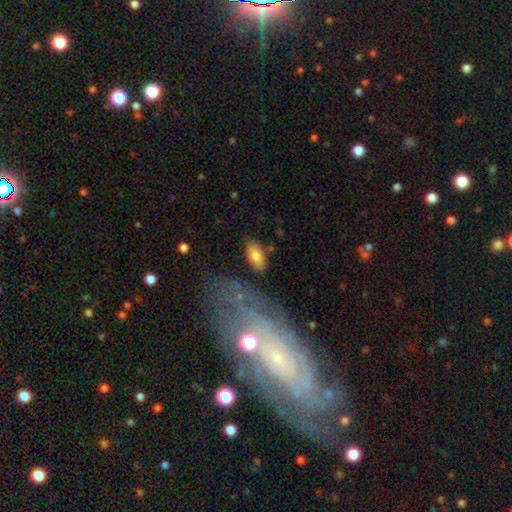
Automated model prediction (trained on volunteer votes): Q: Smooth or featured?
A: smooth (76%); runner-up: featured or disk (17%)
Q: How rounded?
A: in between (89%); runner-up: cigar-shaped (8%)
Q: Merging?
A: none (77%); runner-up: minor disturbance (13%)